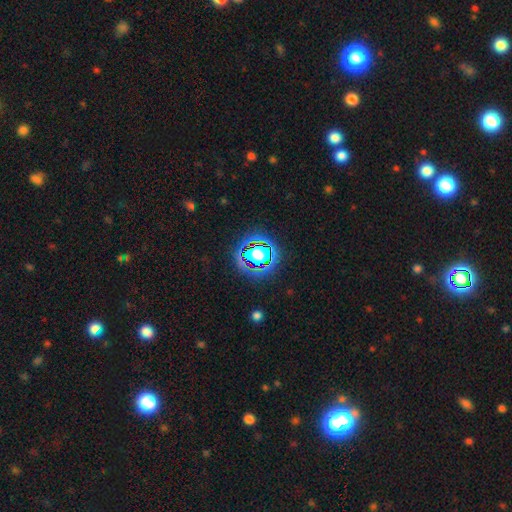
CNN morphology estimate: Smooth or featured? Predicted: star or artifact (p=0.79).